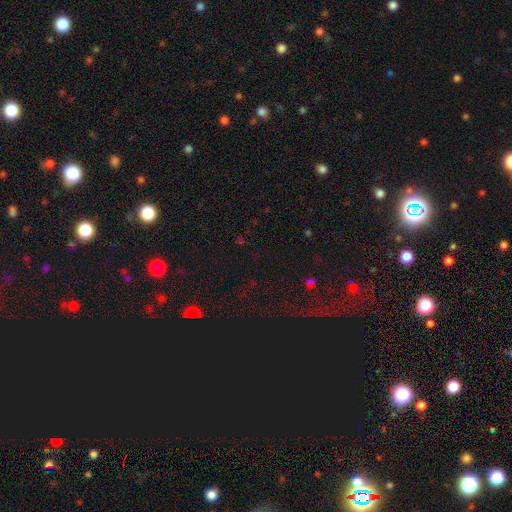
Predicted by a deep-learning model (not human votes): Smooth or featured? star or artifact (66%)